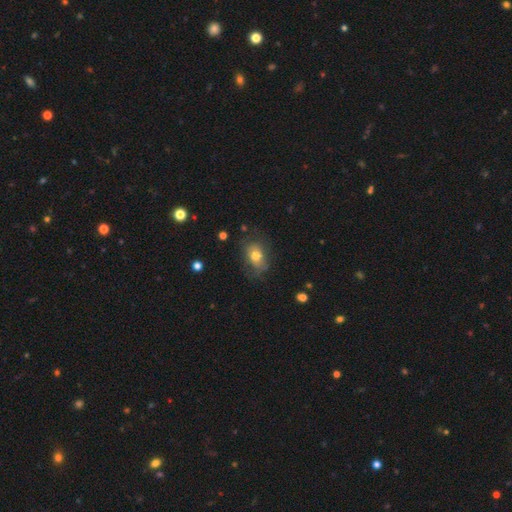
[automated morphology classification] Overall: smooth (66%). How rounded: in between (74%). Merging: none (58%; minor disturbance 25%).